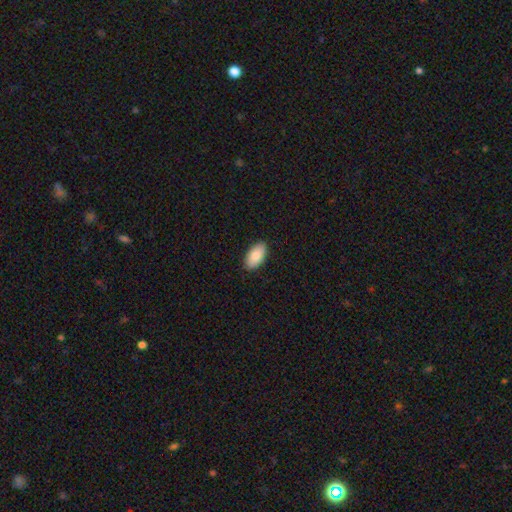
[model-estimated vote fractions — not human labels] This is clearly a smooth galaxy (86%). How rounded: clearly in between (95%). Merging: clearly none (89%).